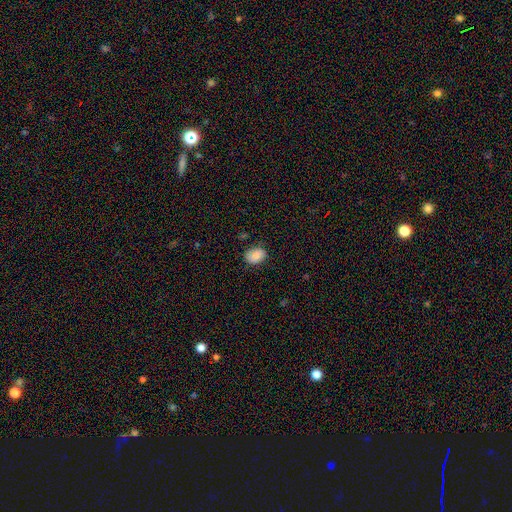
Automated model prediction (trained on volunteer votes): Smooth or featured? smooth (84%)
How rounded? in between (74%)
Merging? none (77%)